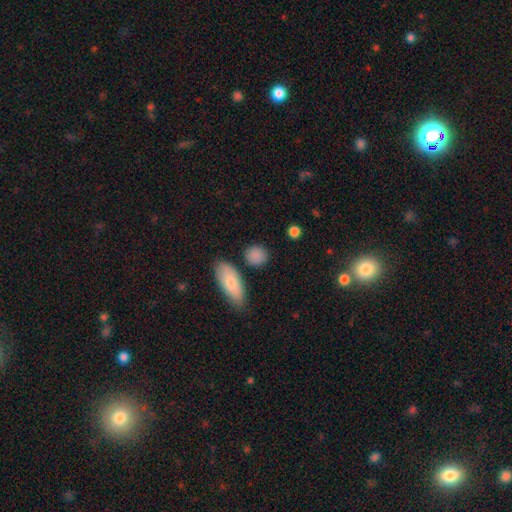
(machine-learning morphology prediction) Q: Smooth or featured?
A: smooth (88%); runner-up: star or artifact (7%)
Q: How rounded?
A: round (70%); runner-up: in between (27%)
Q: Merging?
A: none (81%); runner-up: minor disturbance (11%)